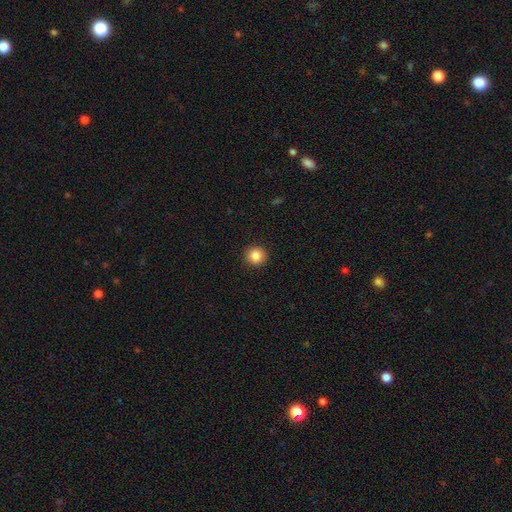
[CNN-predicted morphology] A smooth galaxy with no disk features (86%) that is round (93%).

Vote fractions:
- Smooth or featured? smooth: 86% / star or artifact: 10% / featured or disk: 4%
- How rounded? round: 93% / in between: 6% / cigar-shaped: 1%
- Merging? none: 92% / minor disturbance: 5% / major disturbance: 2% / merger: 1%